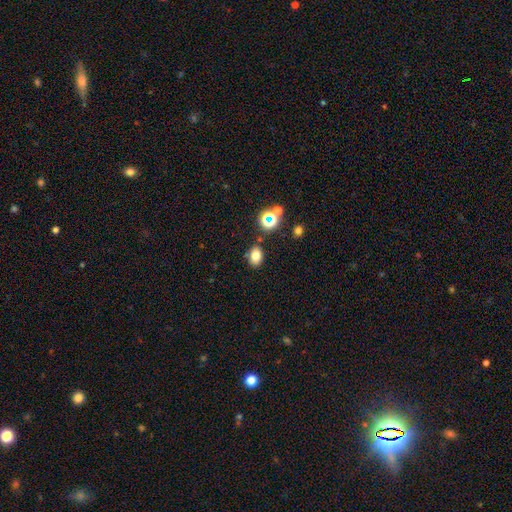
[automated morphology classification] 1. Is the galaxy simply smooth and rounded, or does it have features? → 75% smooth, 16% star or artifact, 9% featured or disk.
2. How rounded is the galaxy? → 73% in between, 26% round, 1% cigar-shaped.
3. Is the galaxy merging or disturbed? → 82% none, 10% minor disturbance, 5% merger, 3% major disturbance.